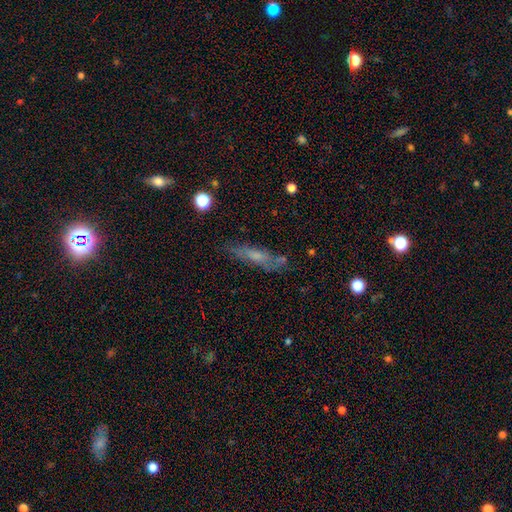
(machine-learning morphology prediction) Q: Smooth or featured?
A: smooth (48%); runner-up: featured or disk (43%)
Q: Merging?
A: none (68%); runner-up: minor disturbance (20%)